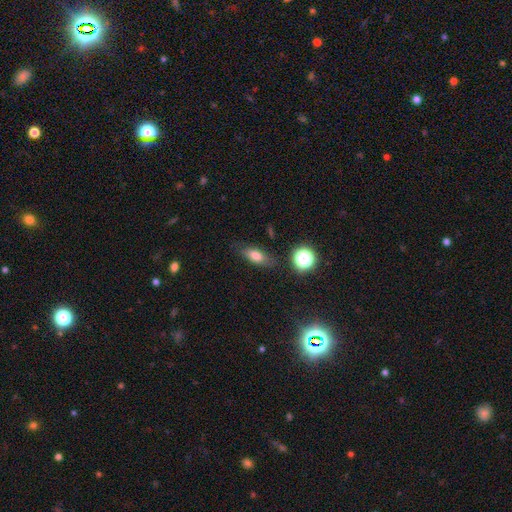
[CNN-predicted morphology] type=smooth (73%); roundness=in between (73%); merging=none (78%).